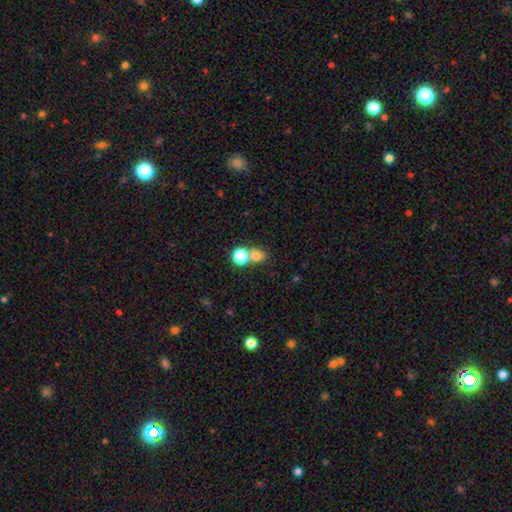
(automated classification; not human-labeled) Smooth or featured?
  - smooth: 74% *
  - star or artifact: 18%
  - featured or disk: 8%
How rounded?
  - round: 75% *
  - in between: 24%
  - cigar-shaped: 1%
Merging?
  - none: 52% *
  - merger: 37%
  - minor disturbance: 7%
  - major disturbance: 4%